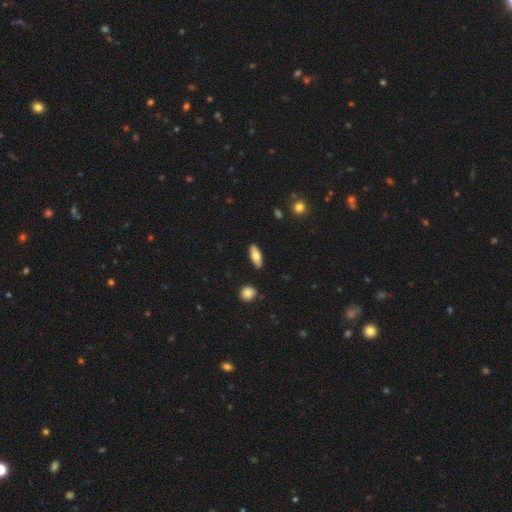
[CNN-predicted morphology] Overall: smooth (71%). How rounded: in between (67%; cigar-shaped 30%). Merging: none (89%).